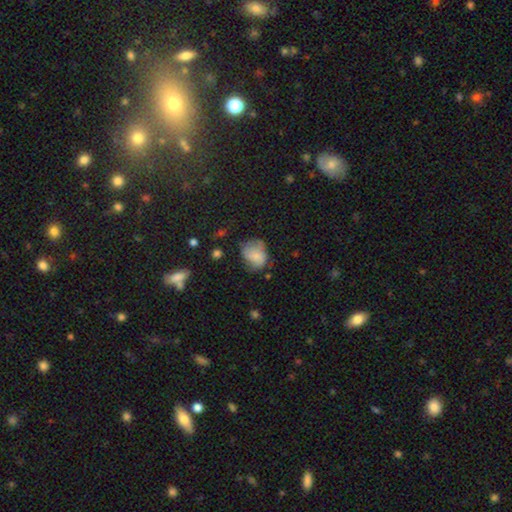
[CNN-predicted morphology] This is likely a smooth galaxy (70%). How rounded: possibly round (57%). Merging: possibly none (50%).